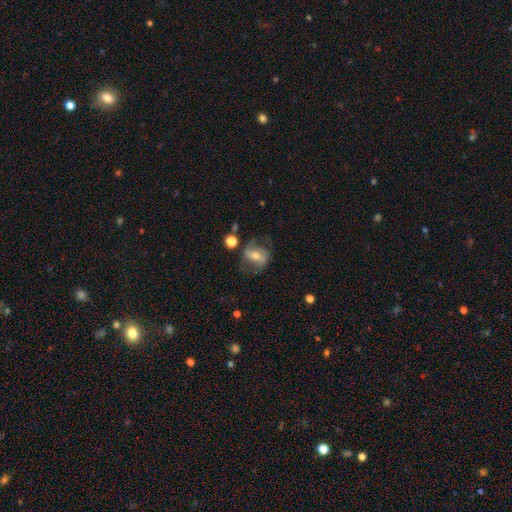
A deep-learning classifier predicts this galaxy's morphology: Q: Smooth or featured?
A: featured or disk (65%); runner-up: smooth (27%)
Q: Edge-on disk?
A: no (94%); runner-up: yes (6%)
Q: Bar?
A: strong (43%); runner-up: weak (35%)
Q: Spiral arms?
A: yes (78%); runner-up: no (22%)
Q: Bulge size?
A: moderate (57%); runner-up: small (37%)
Q: Merging?
A: none (61%); runner-up: minor disturbance (20%)